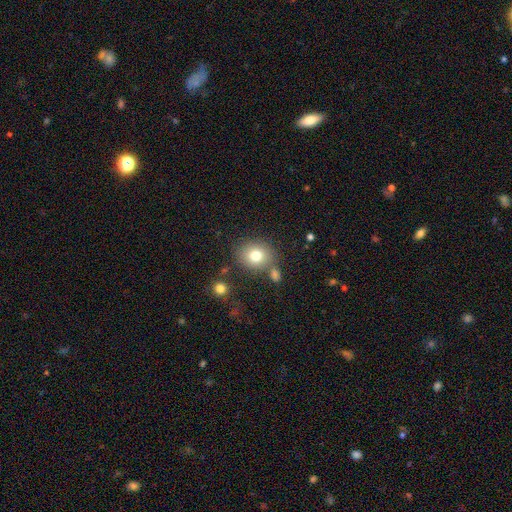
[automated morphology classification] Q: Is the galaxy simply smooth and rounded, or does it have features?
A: smooth — 77%.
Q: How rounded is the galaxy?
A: round — 74%.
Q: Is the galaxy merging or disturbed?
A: none — 73%.